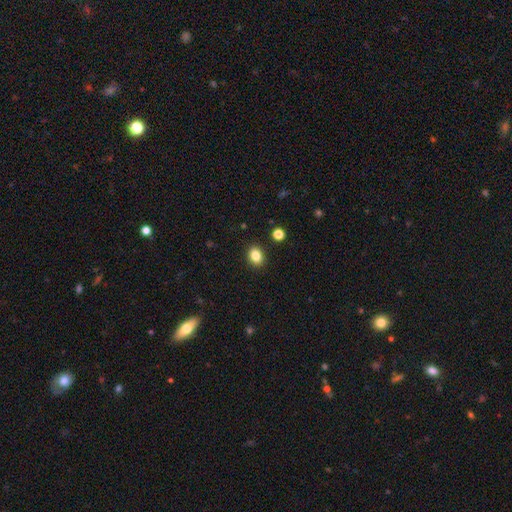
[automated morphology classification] Overall: smooth (84%). How rounded: in between (55%; round 44%). Merging: none (90%).